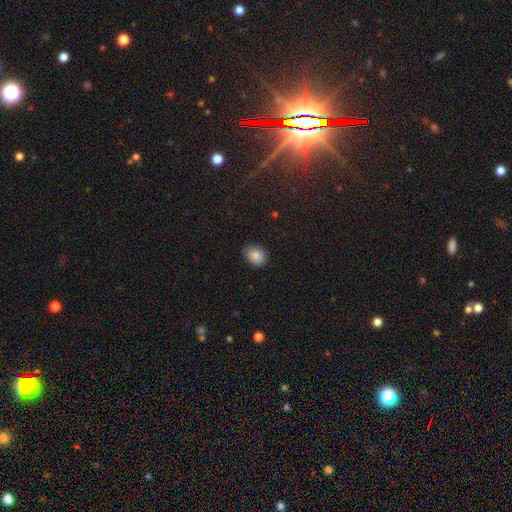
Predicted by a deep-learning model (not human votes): A smooth galaxy with no disk features (87%) that is in between round and cigar-shaped (61%). Merging: none (79%).